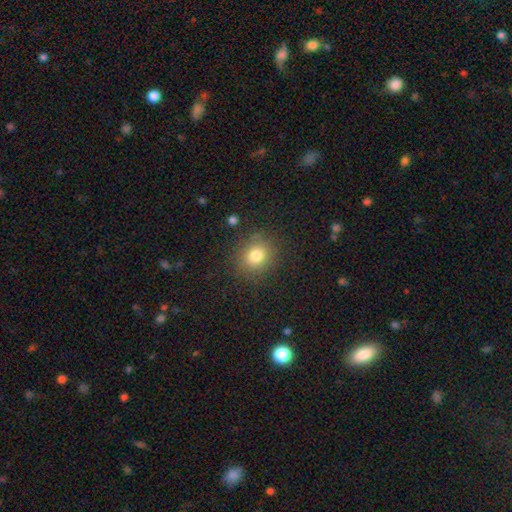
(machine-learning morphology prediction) A smooth galaxy with no disk features (79%) that is round (81%). Merging: none (85%).